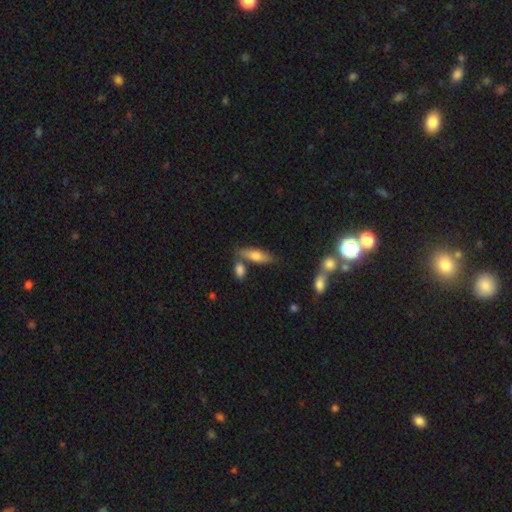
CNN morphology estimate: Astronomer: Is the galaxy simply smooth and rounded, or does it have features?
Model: smooth — 69%.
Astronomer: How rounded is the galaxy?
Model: in between — 55% (runner-up: cigar-shaped, 42%).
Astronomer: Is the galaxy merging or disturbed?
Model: none — 65%.